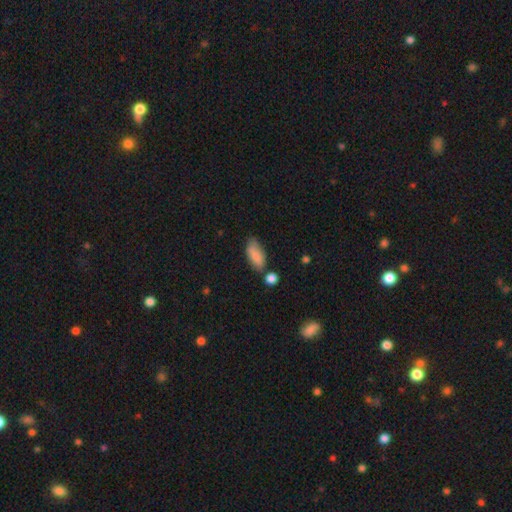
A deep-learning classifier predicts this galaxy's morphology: A smooth galaxy with no disk features (82%) that is in between round and cigar-shaped (86%).

Vote fractions:
- Smooth or featured? smooth: 82% / featured or disk: 11% / star or artifact: 7%
- How rounded? in between: 86% / cigar-shaped: 12% / round: 3%
- Merging? none: 58% / minor disturbance: 26% / merger: 10% / major disturbance: 6%